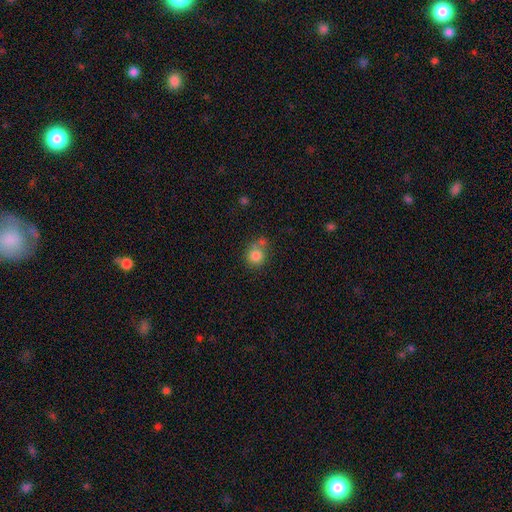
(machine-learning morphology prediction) A smooth galaxy with no disk features (82%) that is round (85%). Merging: none (55%).